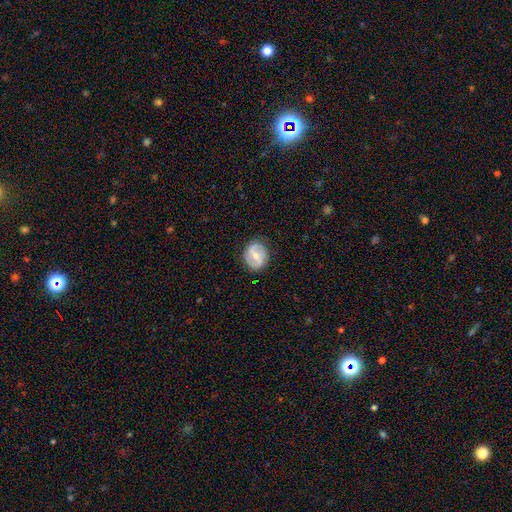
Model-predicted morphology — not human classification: A featured or disk galaxy (66%) with a weak bar (44%), spiral arms (77%) and a moderate central bulge (51%).

Vote fractions:
- Smooth or featured? featured or disk: 66% / smooth: 28% / star or artifact: 6%
- Edge-on disk? no: 97% / yes: 3%
- Bar? weak: 44% / strong: 35% / no: 20%
- Spiral arms? yes: 77% / no: 23%
- Bulge size? moderate: 51% / small: 44% / none: 2% / large: 2% / dominant: 1%
- Merging? none: 83% / minor disturbance: 12% / major disturbance: 3% / merger: 1%